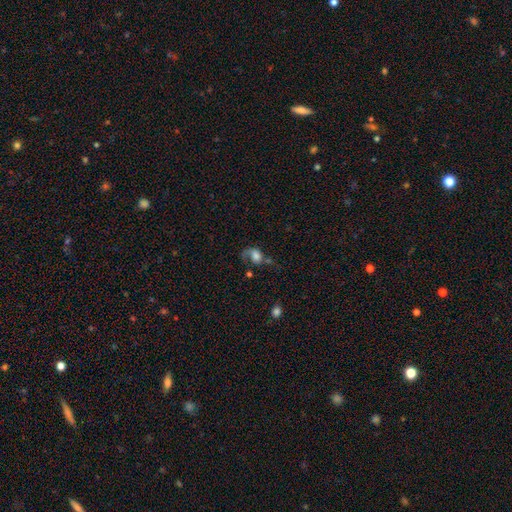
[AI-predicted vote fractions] Smooth or featured? smooth (48%)
Merging? major disturbance (46%)